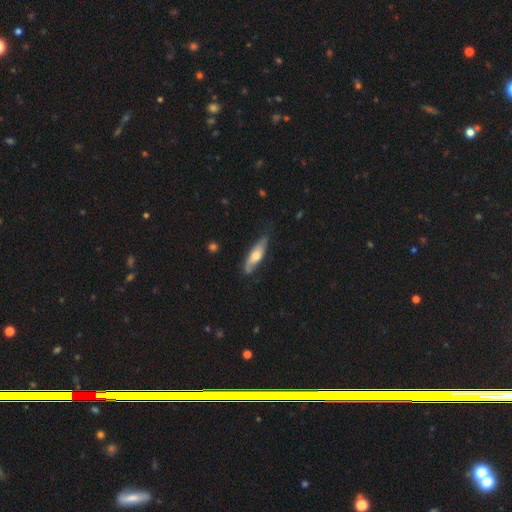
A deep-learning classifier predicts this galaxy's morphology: Q: Smooth or featured?
A: featured or disk (47%); tied with: smooth (47%)
Q: Merging?
A: none (72%); runner-up: minor disturbance (22%)